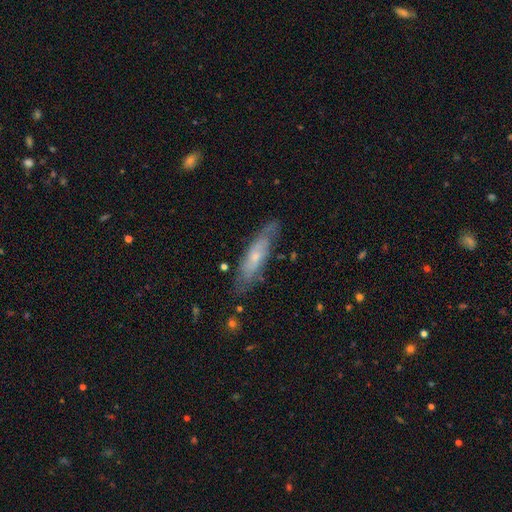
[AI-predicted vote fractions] The model was most divided on "edge-on disk": no: 60%, yes: 40%. More confident: merging — none (72%); smooth or featured — featured or disk (60%).